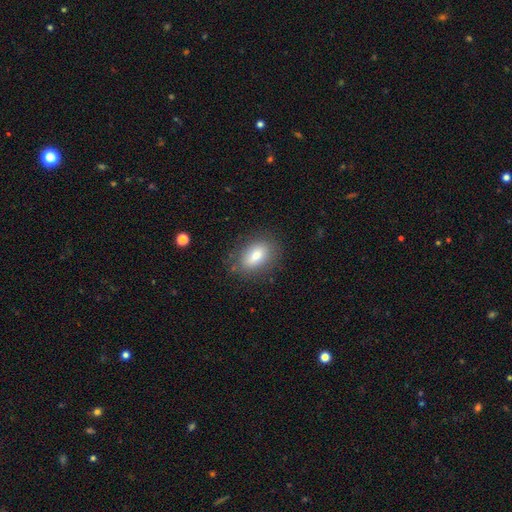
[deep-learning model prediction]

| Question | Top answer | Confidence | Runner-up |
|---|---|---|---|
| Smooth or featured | smooth | 76% | featured or disk (15%) |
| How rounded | in between | 84% | round (12%) |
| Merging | none | 82% | minor disturbance (12%) |